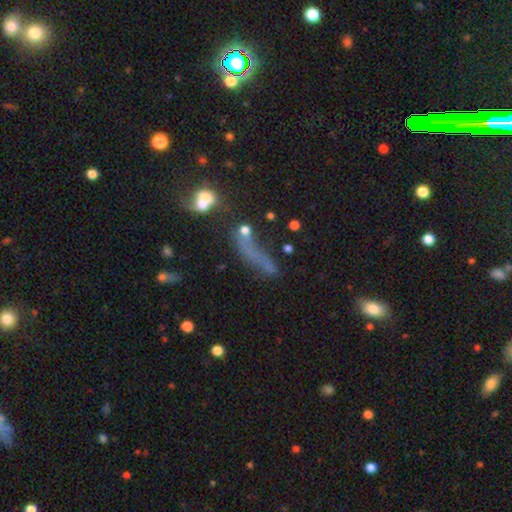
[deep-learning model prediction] A smooth galaxy with no disk features (46%). Merging: none (42%).